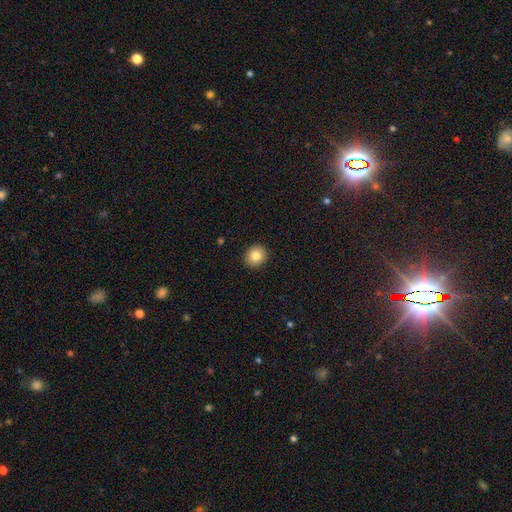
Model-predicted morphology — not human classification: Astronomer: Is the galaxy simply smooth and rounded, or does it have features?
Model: smooth — 82%.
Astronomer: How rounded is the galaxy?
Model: round — 82%.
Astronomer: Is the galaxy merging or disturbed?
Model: none — 92%.